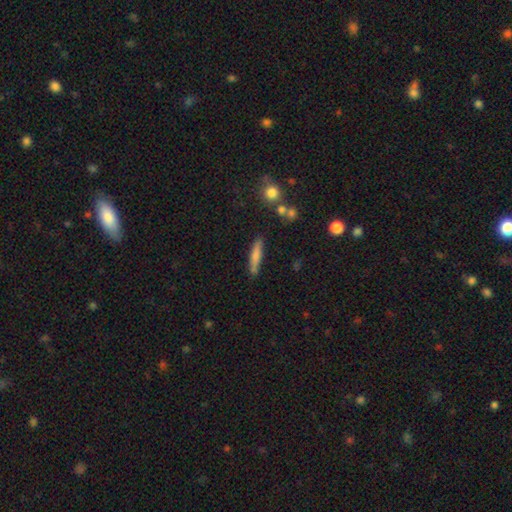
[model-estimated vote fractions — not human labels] smooth-or-featured: smooth: 73% | featured or disk: 19% | star or artifact: 7%
  how-rounded: cigar-shaped: 85% | in between: 13% | round: 2%
  merging: none: 75% | minor disturbance: 15% | merger: 6% | major disturbance: 4%